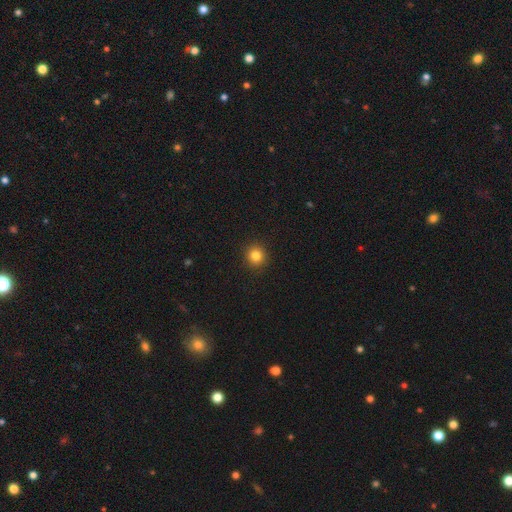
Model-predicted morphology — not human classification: Q: Smooth or featured?
A: smooth (83%); runner-up: star or artifact (12%)
Q: How rounded?
A: round (92%); runner-up: in between (7%)
Q: Merging?
A: none (92%); runner-up: minor disturbance (5%)